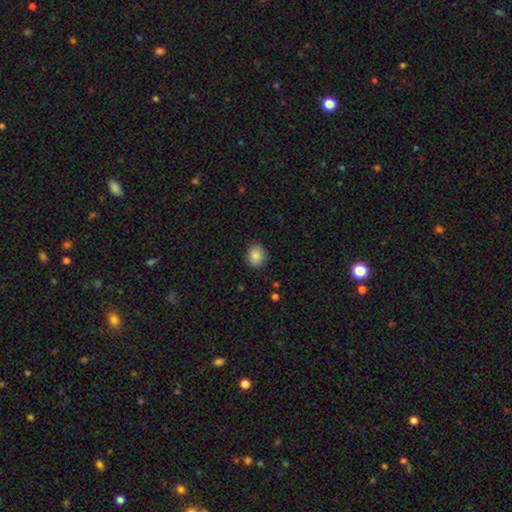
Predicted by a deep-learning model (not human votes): A smooth galaxy with no disk features (88%) that is round (73%). Merging: none (88%).